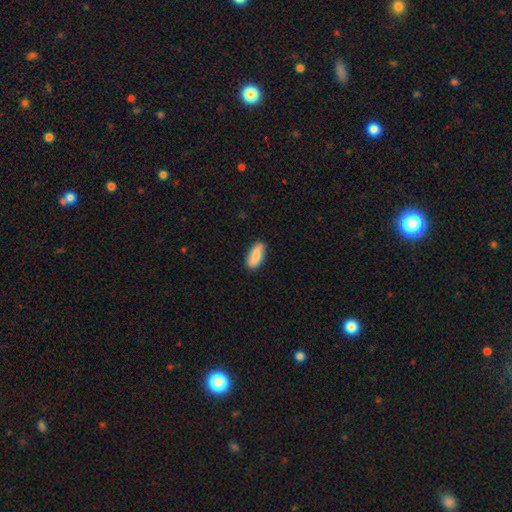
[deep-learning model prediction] Overall: smooth (75%). How rounded: in between (81%). Merging: none (84%).